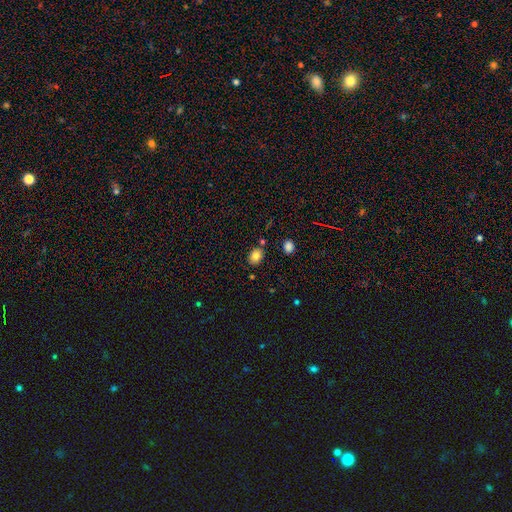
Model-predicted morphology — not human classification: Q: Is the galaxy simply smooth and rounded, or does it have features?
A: smooth — 83%.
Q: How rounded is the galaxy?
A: in between — 63%.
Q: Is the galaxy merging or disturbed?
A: none — 80%.